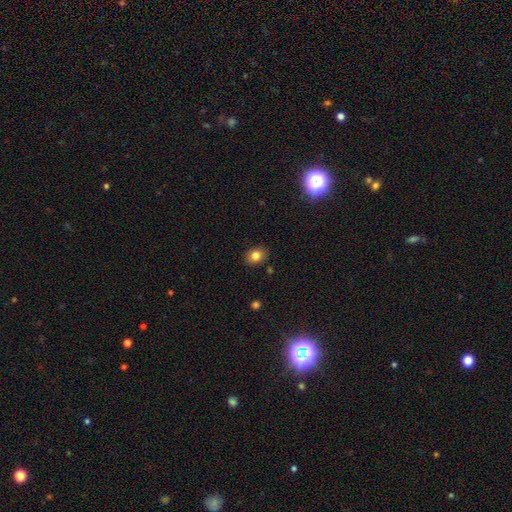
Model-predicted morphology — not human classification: A smooth galaxy with no disk features (82%) that is in between round and cigar-shaped (61%). Merging: none (86%).